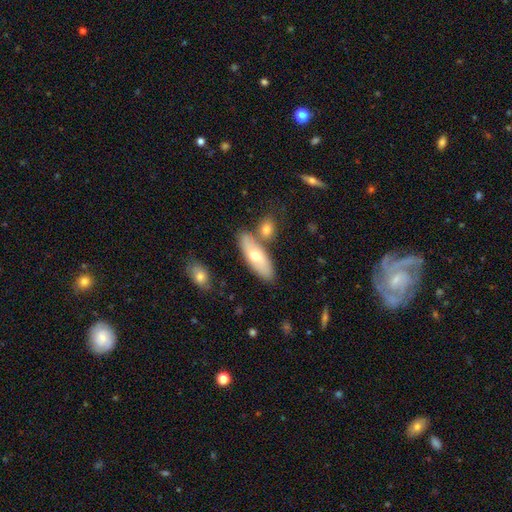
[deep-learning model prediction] Smooth or featured: smooth — 61% (featured or disk — 33%)
How rounded: in between — 63% (cigar-shaped — 34%)
Merging: none — 72% (merger — 14%)